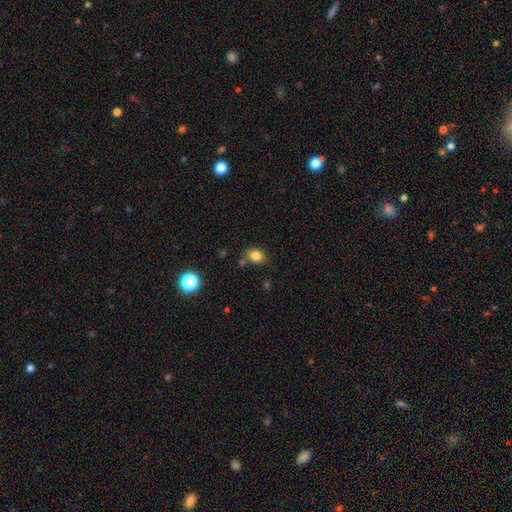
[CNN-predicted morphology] This is clearly a smooth galaxy (82%). How rounded: possibly in between (58%). Merging: likely none (74%).